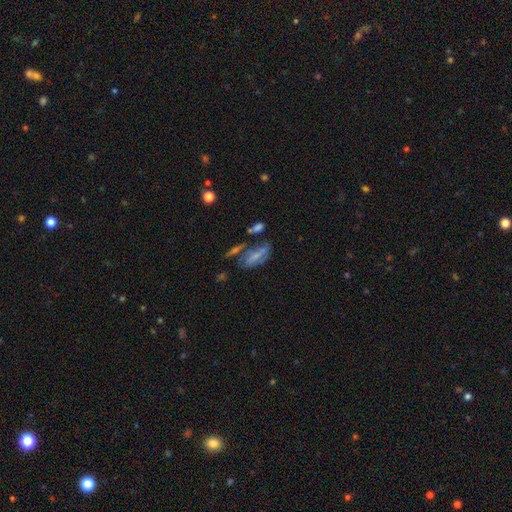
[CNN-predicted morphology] Smooth or featured: featured or disk — 45% (smooth — 44%)
Merging: none — 41% (minor disturbance — 22%)